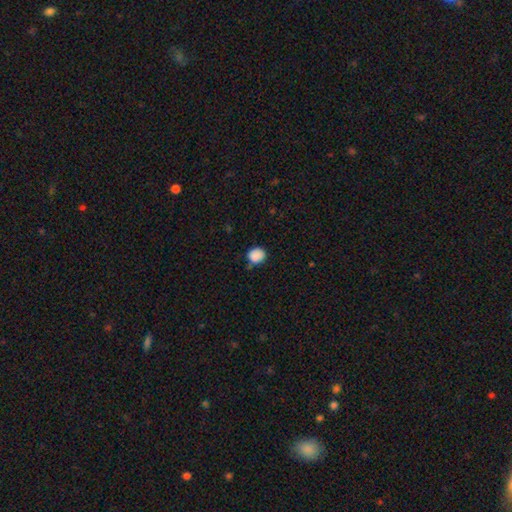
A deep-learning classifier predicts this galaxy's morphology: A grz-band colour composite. It shows a smooth galaxy with no disk features (87%) that is round (72%). Merging: none (65%).